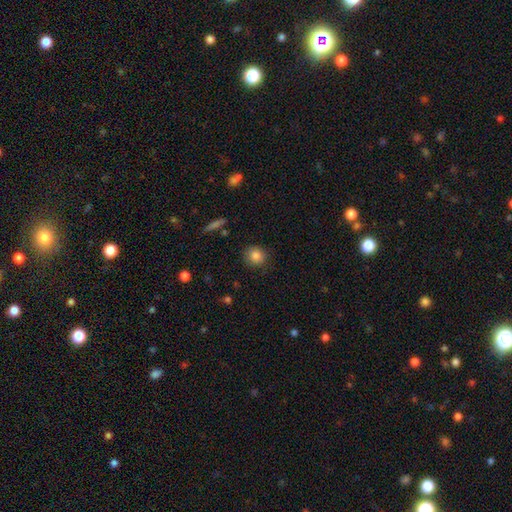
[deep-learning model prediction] A smooth galaxy with no disk features (84%) that is round (87%).

Vote fractions:
- Smooth or featured? smooth: 84% / star or artifact: 10% / featured or disk: 6%
- How rounded? round: 87% / in between: 12% / cigar-shaped: 1%
- Merging? none: 86% / minor disturbance: 10% / major disturbance: 2% / merger: 1%